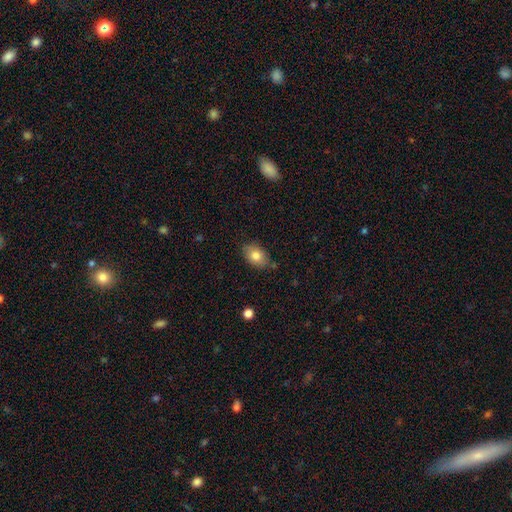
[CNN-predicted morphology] smooth 79%, featured or disk 12%, star or artifact 8%. Down the decision tree: how rounded — in between (81%); merging — none (76%).